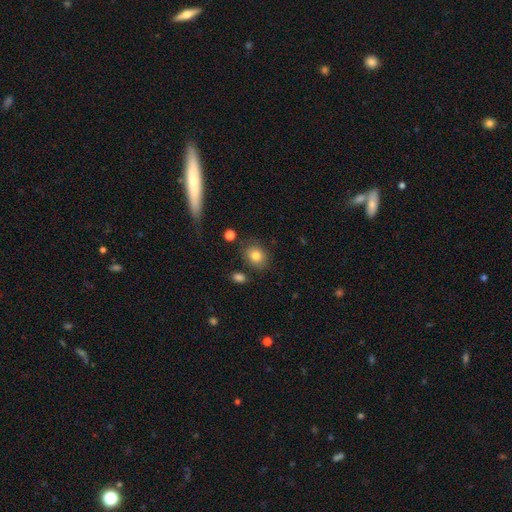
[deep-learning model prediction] Smooth or featured? smooth (82%)
How rounded? round (52%)
Merging? none (78%)